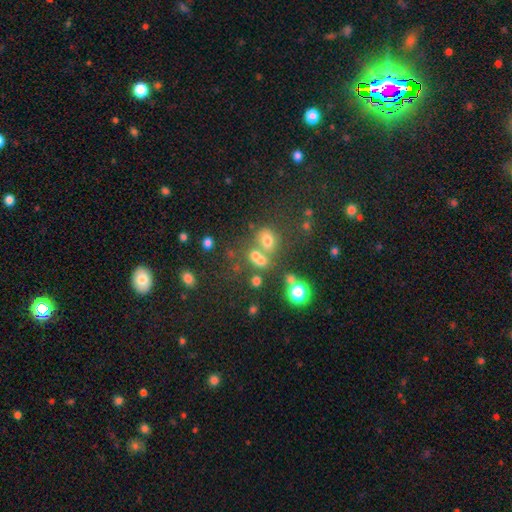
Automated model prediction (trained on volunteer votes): The model was most divided on "merging" (2-way tie): merger: 41%, none: 41%, minor disturbance: 11%, major disturbance: 7%. More confident: smooth or featured — smooth (61%); how rounded — round (56%).